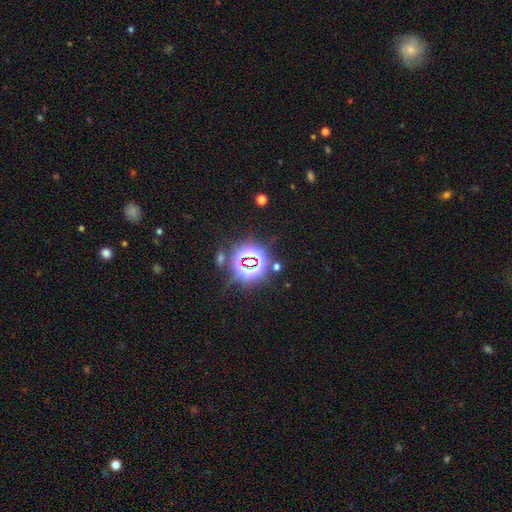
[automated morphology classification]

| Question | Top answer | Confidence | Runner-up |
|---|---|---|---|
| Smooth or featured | star or artifact | 82% | smooth (11%) |